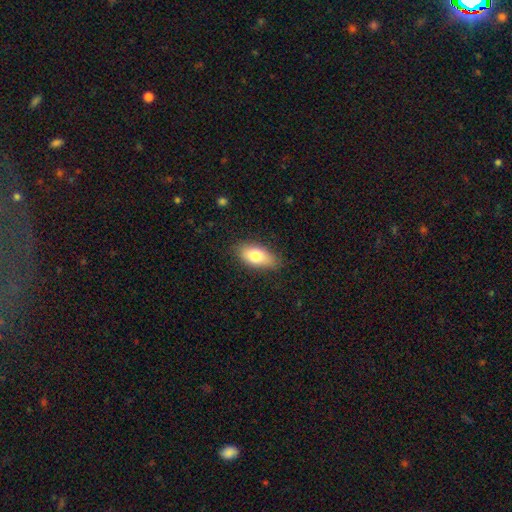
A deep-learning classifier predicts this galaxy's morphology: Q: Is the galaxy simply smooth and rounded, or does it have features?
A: smooth — 77%.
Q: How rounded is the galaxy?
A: in between — 86%.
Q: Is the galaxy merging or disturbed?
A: none — 82%.